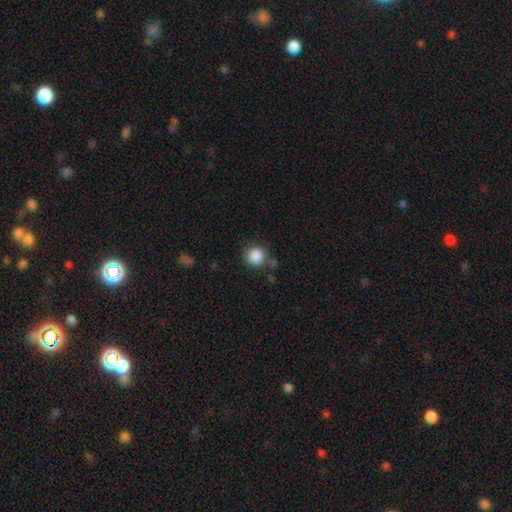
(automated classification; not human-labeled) Overall: smooth (87%). How rounded: round (92%). Merging: none (77%).